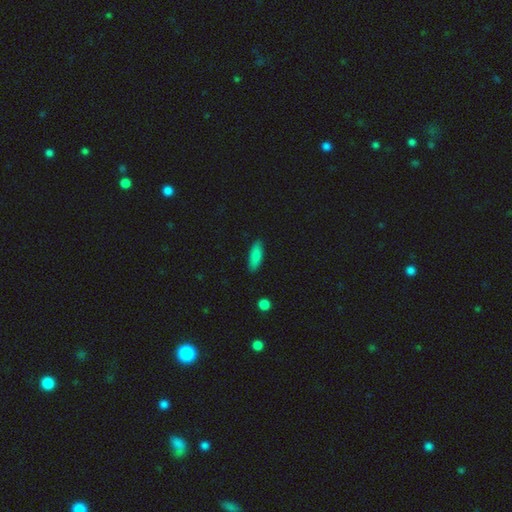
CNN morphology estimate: Smooth or featured: smooth — 86% (featured or disk — 7%)
How rounded: in between — 59% (cigar-shaped — 39%)
Merging: none — 87% (minor disturbance — 10%)